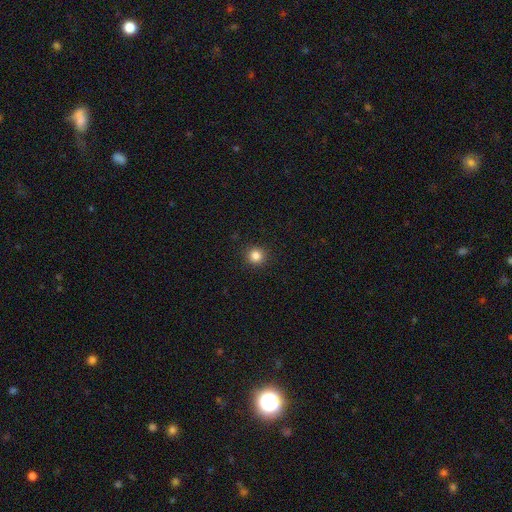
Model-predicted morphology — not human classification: A smooth galaxy with no disk features (84%) that is round (94%). Merging: none (92%).